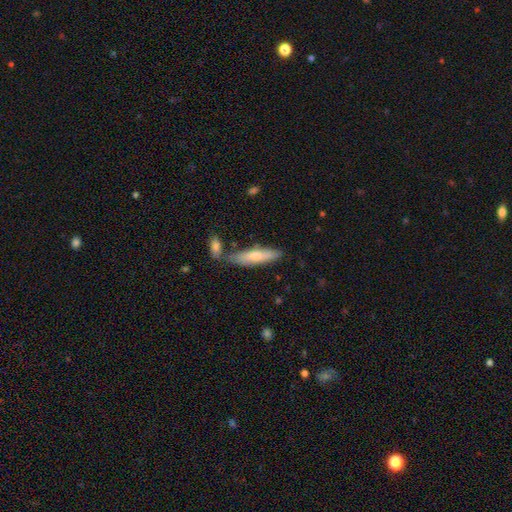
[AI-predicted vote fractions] This appears to be a smooth galaxy with no disk features (61%) that is cigar-shaped (78%). Merging: none (71%).